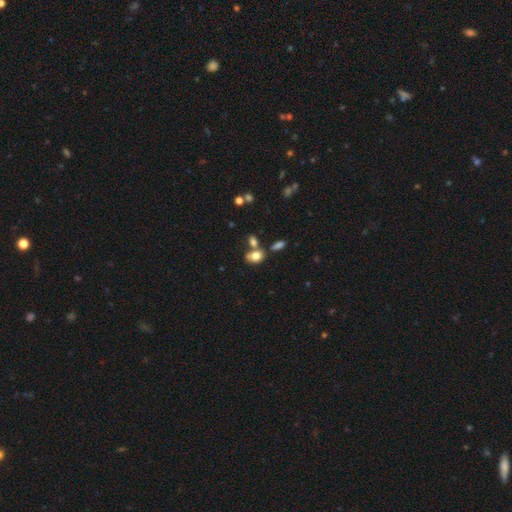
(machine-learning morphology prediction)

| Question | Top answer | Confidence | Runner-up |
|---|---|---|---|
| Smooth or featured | smooth | 78% | featured or disk (12%) |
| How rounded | in between | 76% | round (22%) |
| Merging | none | 50% | merger (30%) |